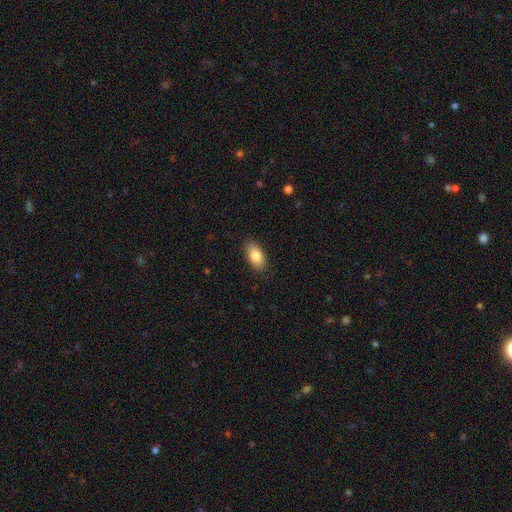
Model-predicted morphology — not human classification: This is clearly a smooth galaxy (84%). How rounded: clearly in between (92%). Merging: clearly none (87%).